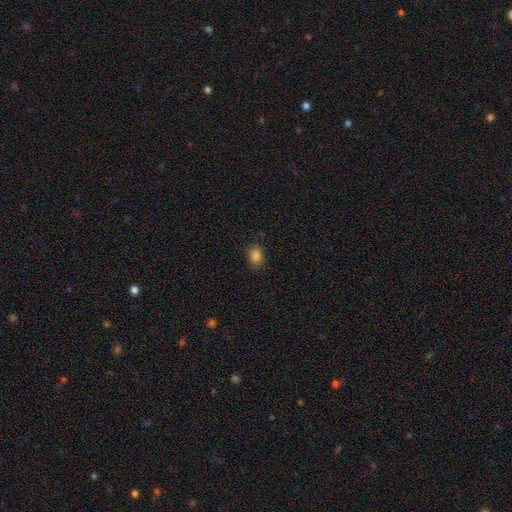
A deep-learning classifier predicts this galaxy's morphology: Overall: smooth (84%). How rounded: in between (65%; round 34%). Merging: none (84%).